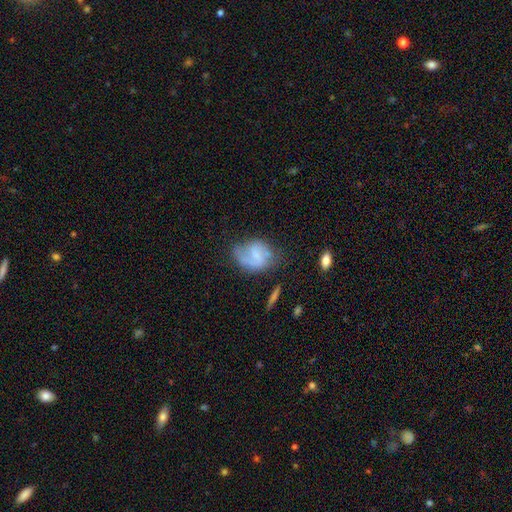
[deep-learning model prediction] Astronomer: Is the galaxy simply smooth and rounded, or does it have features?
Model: smooth — 46% (runner-up: featured or disk, 45%).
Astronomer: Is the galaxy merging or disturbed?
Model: none — 44% (runner-up: minor disturbance, 30%).